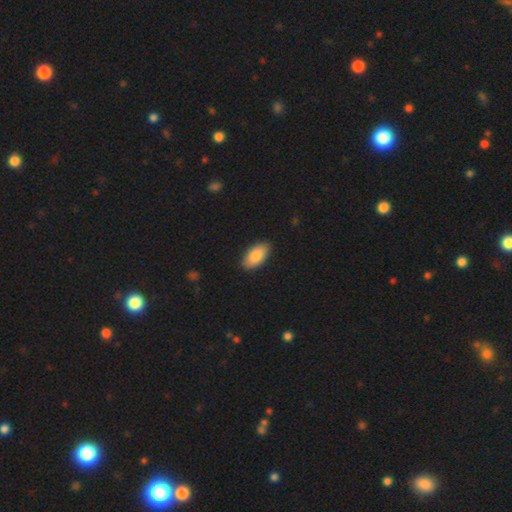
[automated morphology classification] A smooth galaxy with no disk features (85%) that is in between round and cigar-shaped (94%). Merging: none (88%).